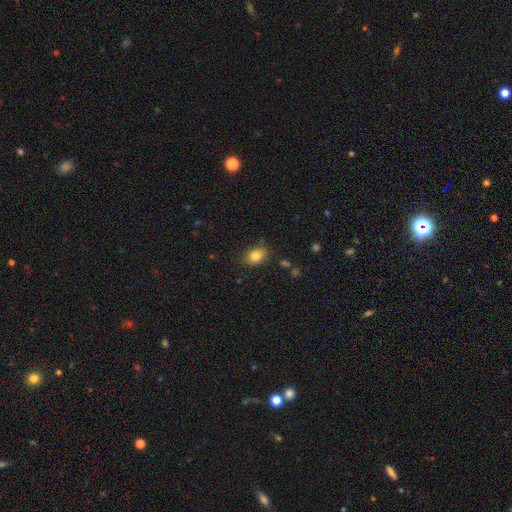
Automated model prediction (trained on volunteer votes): smooth_or_featured: smooth (p=0.82) [alt: star or artifact p=0.10]
how_rounded: in between (p=0.65) [alt: round p=0.34]
merging: none (p=0.81) [alt: minor disturbance p=0.13]